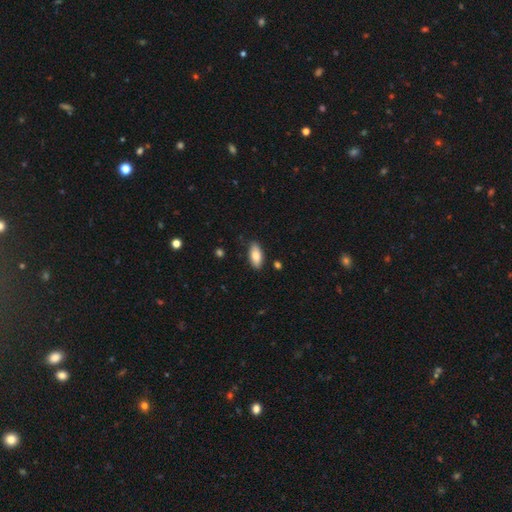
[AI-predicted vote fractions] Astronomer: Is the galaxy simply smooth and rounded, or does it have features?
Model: smooth — 80%.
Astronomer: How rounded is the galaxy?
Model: in between — 87%.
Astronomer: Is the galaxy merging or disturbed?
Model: none — 86%.